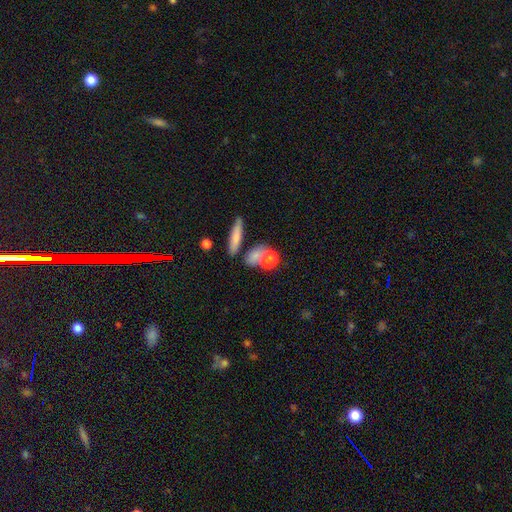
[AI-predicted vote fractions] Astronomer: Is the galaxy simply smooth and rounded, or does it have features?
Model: smooth — 73%.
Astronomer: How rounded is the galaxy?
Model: in between — 44% (runner-up: round, 42%).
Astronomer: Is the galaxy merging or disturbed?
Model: none — 50% (runner-up: merger, 31%).